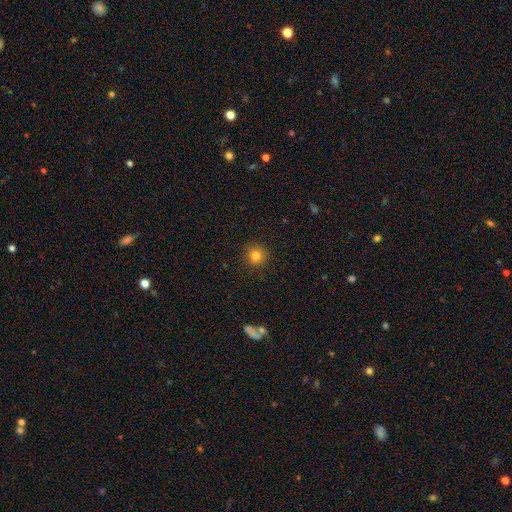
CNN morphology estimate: Smooth or featured: smooth — 81% (star or artifact — 13%)
How rounded: round — 93% (in between — 6%)
Merging: none — 91% (minor disturbance — 6%)